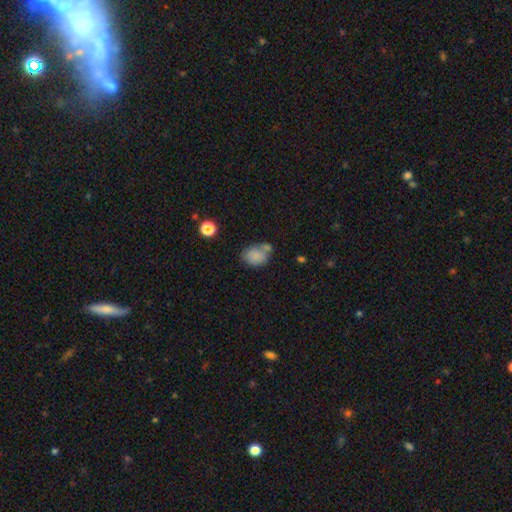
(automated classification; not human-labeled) This is clearly a smooth galaxy (81%). How rounded: likely in between (64%). Merging: possibly none (47%).